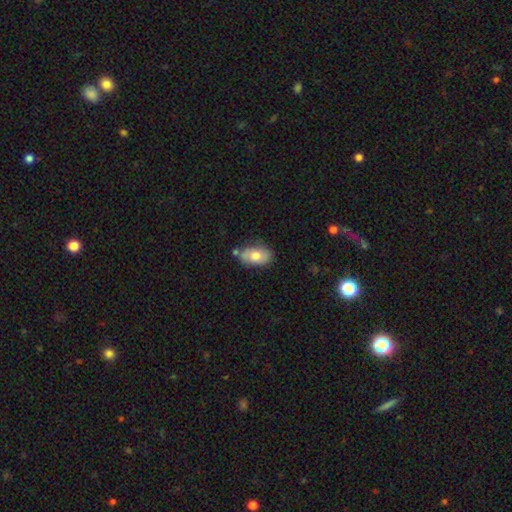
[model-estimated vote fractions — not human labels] smooth 72%, featured or disk 21%, star or artifact 7%. Down the decision tree: how rounded — in between (90%); merging — none (65%).